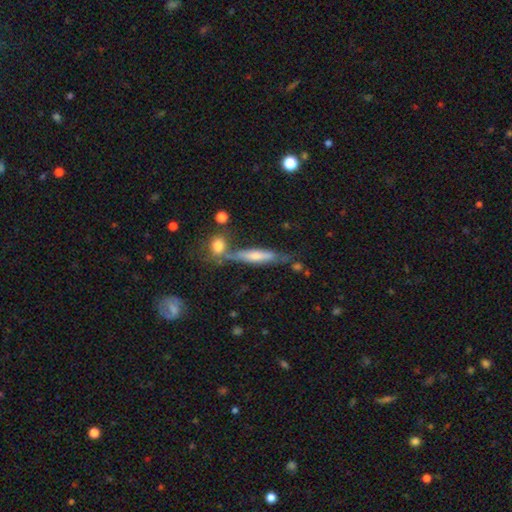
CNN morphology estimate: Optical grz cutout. It shows a featured or disk galaxy (65%) viewed edge-on (92%) with a rounded central bulge (73%). Merging: none (66%).